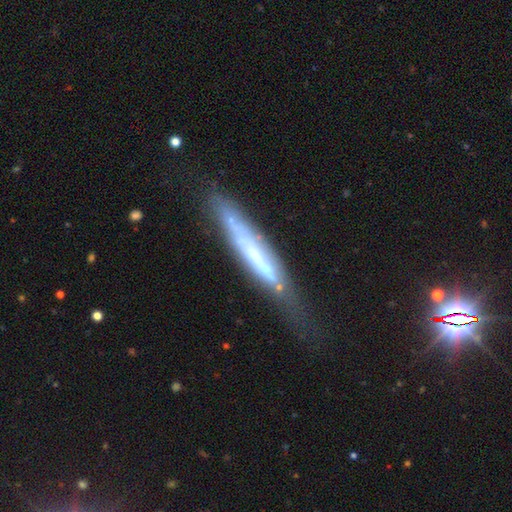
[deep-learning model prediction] Smooth or featured? Predicted: featured or disk (p=0.62). Edge-on disk? Predicted: yes (p=0.73). Merging? Predicted: none (p=0.52).